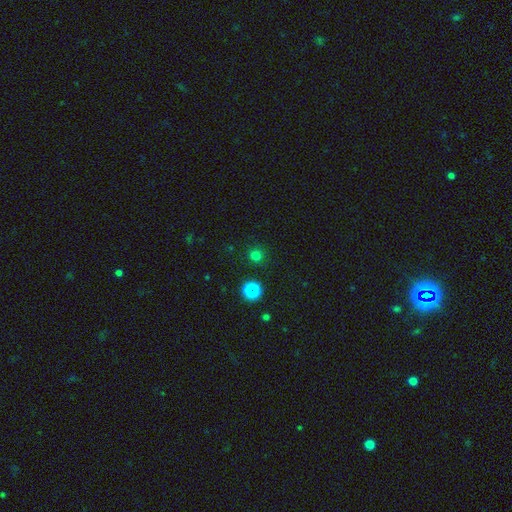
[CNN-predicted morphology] type=smooth (75%); roundness=round (92%); merging=none (89%).